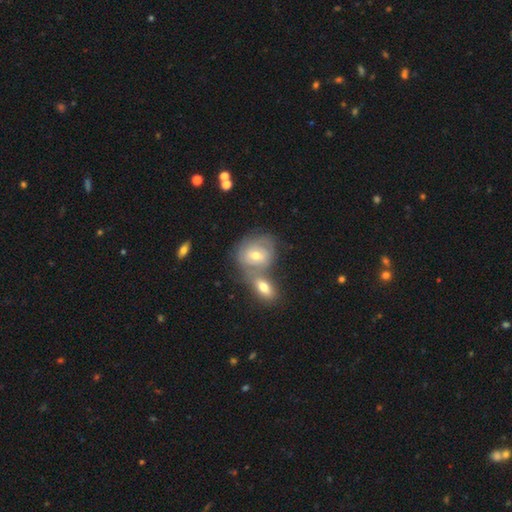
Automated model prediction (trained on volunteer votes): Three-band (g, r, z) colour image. It shows a featured or disk galaxy (56%) with no bar (58%), spiral arms (73%) and a moderate central bulge (57%). Merging: none (43%).